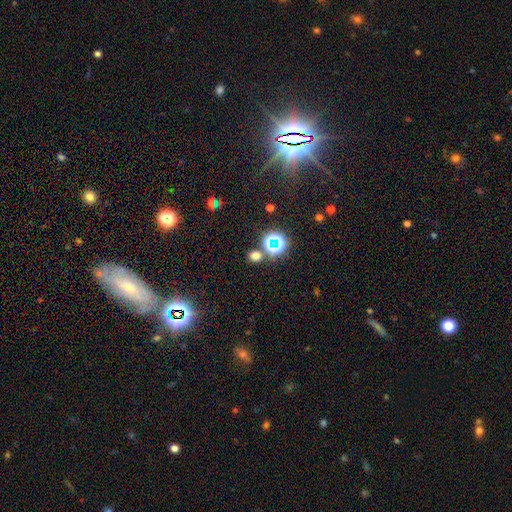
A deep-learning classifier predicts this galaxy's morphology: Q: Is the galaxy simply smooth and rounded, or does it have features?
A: smooth — 61%.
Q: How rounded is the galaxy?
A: round — 75%.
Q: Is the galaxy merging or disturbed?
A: none — 78%.